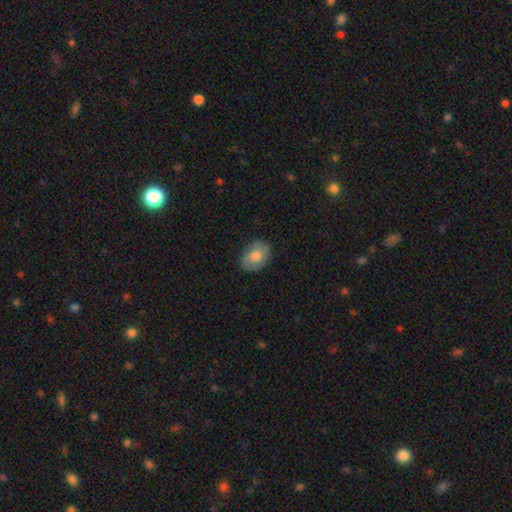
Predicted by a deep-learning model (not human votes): Smooth or featured?
  - smooth: 66% *
  - featured or disk: 26%
  - star or artifact: 8%
How rounded?
  - in between: 78% *
  - round: 21%
  - cigar-shaped: 1%
Merging?
  - none: 81% *
  - minor disturbance: 15%
  - major disturbance: 4%
  - merger: 1%